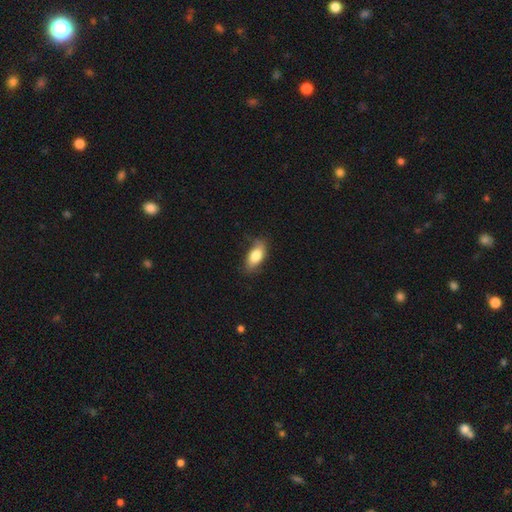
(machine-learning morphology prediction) A smooth galaxy with no disk features (77%) that is in between round and cigar-shaped (88%). Merging: none (70%).